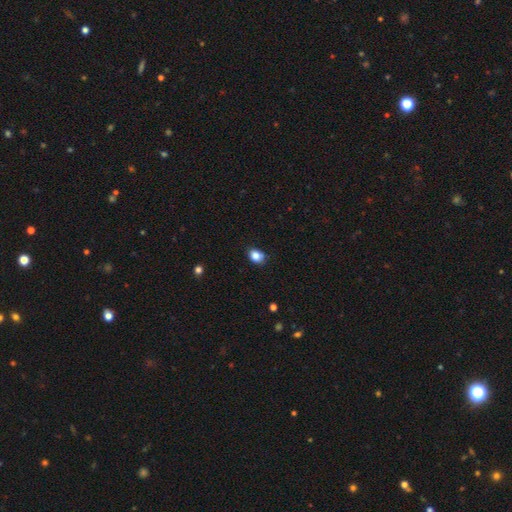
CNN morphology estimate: This is clearly a smooth galaxy (85%). How rounded: likely in between (64%). Merging: clearly none (81%).